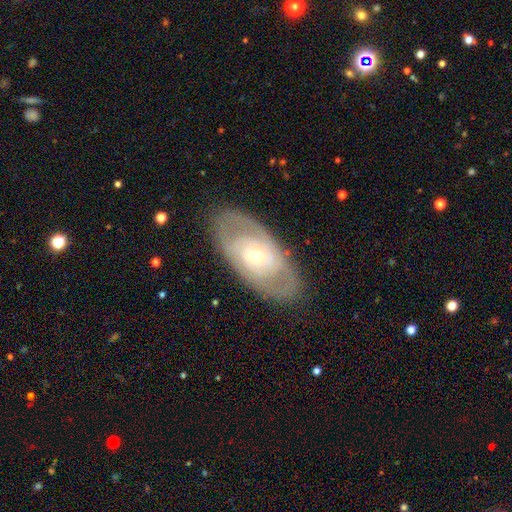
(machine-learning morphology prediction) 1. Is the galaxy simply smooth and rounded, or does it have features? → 73% featured or disk, 21% smooth, 6% star or artifact.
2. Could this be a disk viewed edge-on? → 92% no, 8% yes.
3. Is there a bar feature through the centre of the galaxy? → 75% no, 19% weak, 6% strong.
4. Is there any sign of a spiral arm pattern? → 71% yes, 29% no.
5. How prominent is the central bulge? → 72% small, 24% moderate, 2% large, 1% dominant, 1% none.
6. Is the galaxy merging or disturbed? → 81% none, 12% minor disturbance, 5% major disturbance, 1% merger.